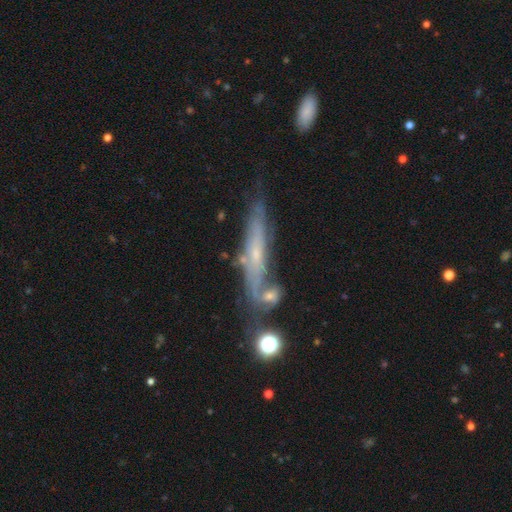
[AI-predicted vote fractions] The model was most divided on "edge-on disk": yes: 63%, no: 37%. More confident: smooth or featured — featured or disk (64%); merging — none (56%).